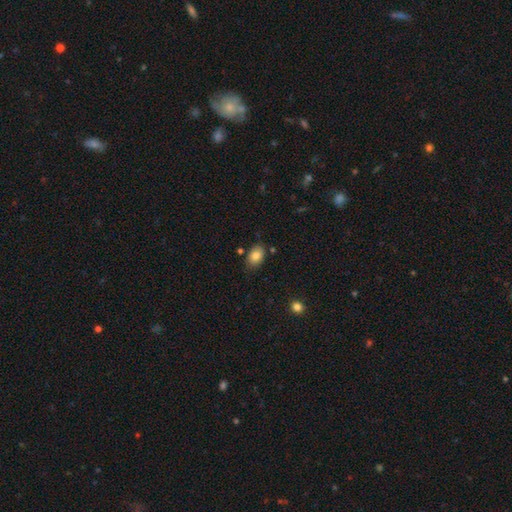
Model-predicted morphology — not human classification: This appears to be a smooth galaxy with no disk features (83%) that is in between round and cigar-shaped (82%). Merging: none (79%).